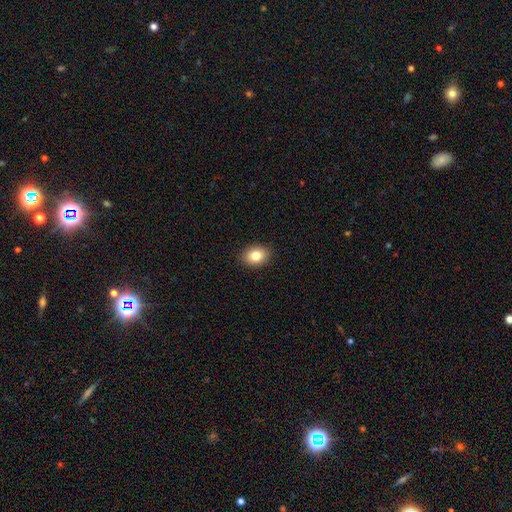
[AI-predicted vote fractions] Morphology: type=smooth (83%); roundness=in between (64%); merging=none (90%).